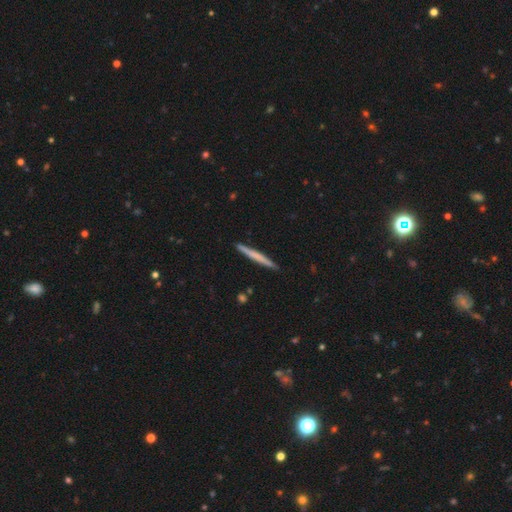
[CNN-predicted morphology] Overall: smooth (56%; featured or disk 39%). How rounded: cigar-shaped (97%). Merging: none (91%).